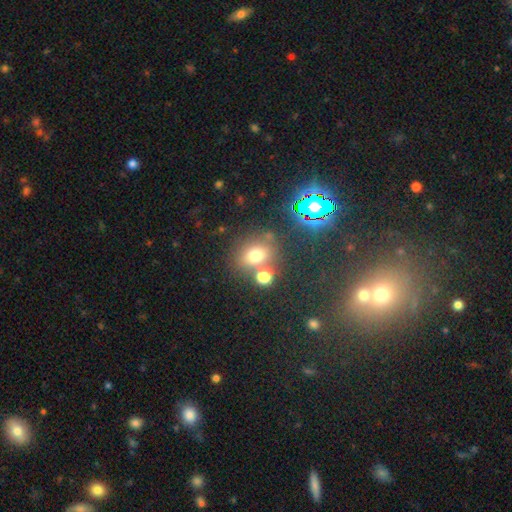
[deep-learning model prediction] The model was most divided on "how rounded": round: 54%, in between: 44%, cigar-shaped: 2%. More confident: smooth or featured — smooth (67%); merging — none (64%).